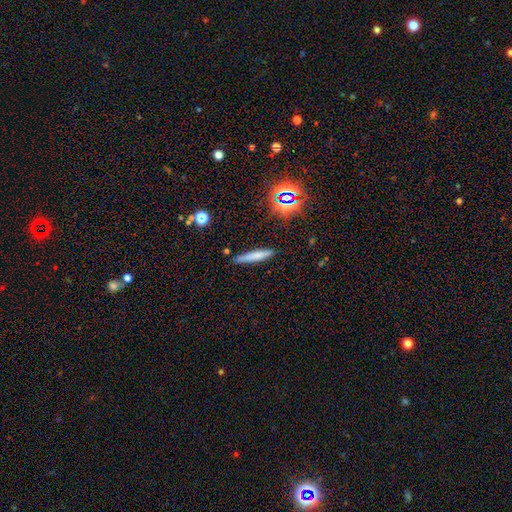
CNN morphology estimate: Smooth or featured?
  - smooth: 67% *
  - featured or disk: 21%
  - star or artifact: 12%
How rounded?
  - cigar-shaped: 90% *
  - in between: 8%
  - round: 2%
Merging?
  - none: 85% *
  - minor disturbance: 10%
  - merger: 2%
  - major disturbance: 2%